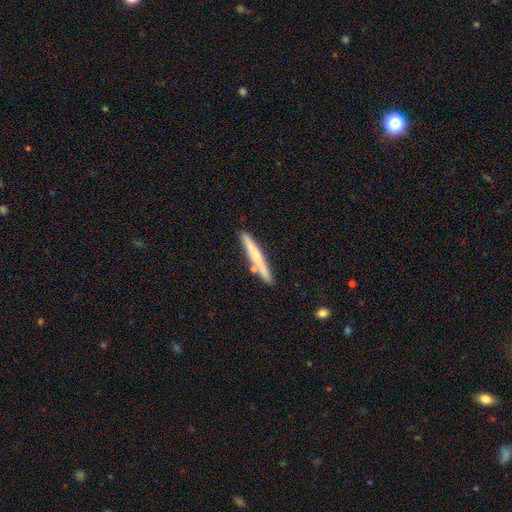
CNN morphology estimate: smooth 52%, featured or disk 42%, star or artifact 6%. Down the decision tree: how rounded — cigar-shaped (95%); merging — none (80%).